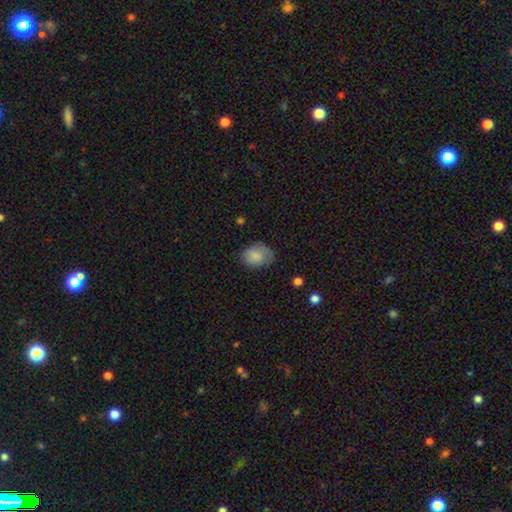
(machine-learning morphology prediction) Smooth or featured?
  - smooth: 81% *
  - featured or disk: 11%
  - star or artifact: 8%
How rounded?
  - in between: 56% *
  - round: 43%
  - cigar-shaped: 1%
Merging?
  - none: 58% *
  - minor disturbance: 31%
  - major disturbance: 10%
  - merger: 2%